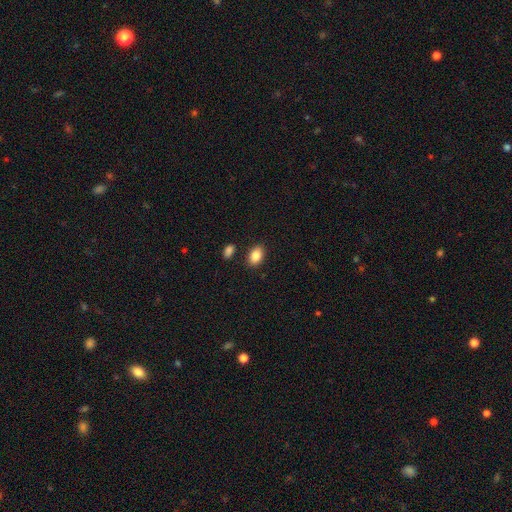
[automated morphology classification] Smooth or featured: smooth — 86% (star or artifact — 8%)
How rounded: in between — 86% (round — 13%)
Merging: none — 84% (minor disturbance — 9%)